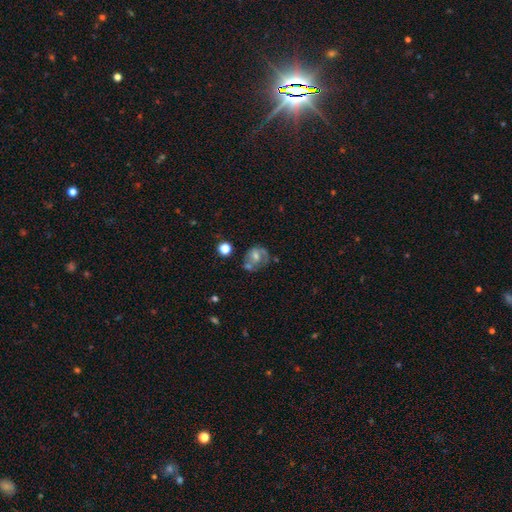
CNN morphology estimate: A featured or disk galaxy (53%) with no bar (60%), spiral arms (53%) and a moderate central bulge (53%). Merging: none (43%).